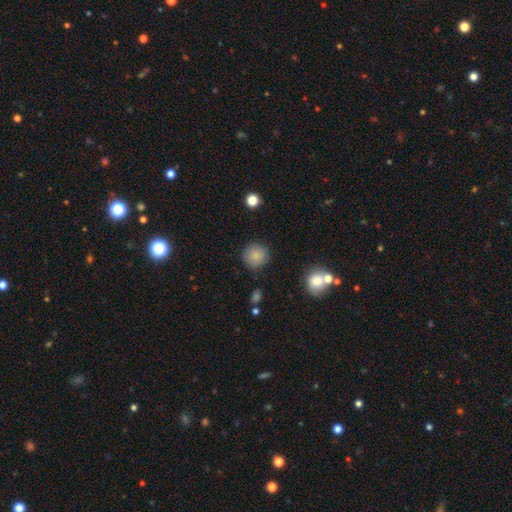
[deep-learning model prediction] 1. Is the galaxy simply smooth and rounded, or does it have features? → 85% smooth, 10% star or artifact, 6% featured or disk.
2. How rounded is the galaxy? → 92% round, 7% in between, 1% cigar-shaped.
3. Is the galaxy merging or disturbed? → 86% none, 9% minor disturbance, 3% major disturbance, 2% merger.